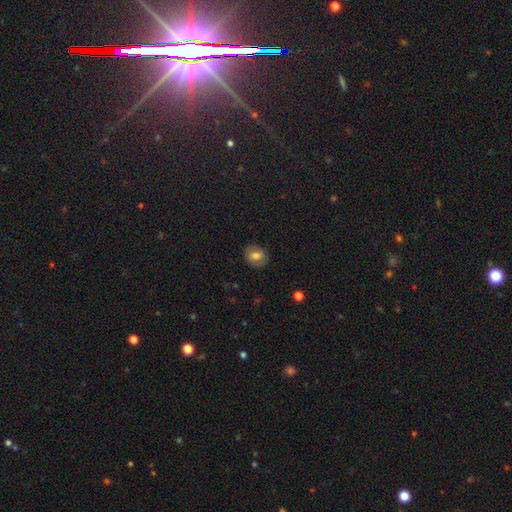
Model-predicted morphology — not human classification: This appears to be a smooth galaxy with no disk features (75%) that is round (64%). Merging: none (87%).